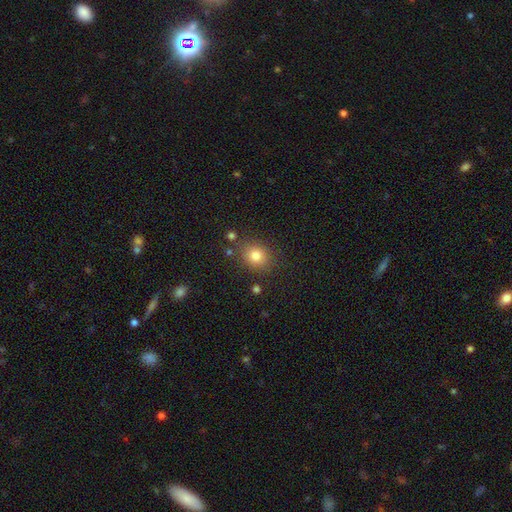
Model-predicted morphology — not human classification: Smooth or featured? smooth (81%)
How rounded? round (65%)
Merging? none (81%)